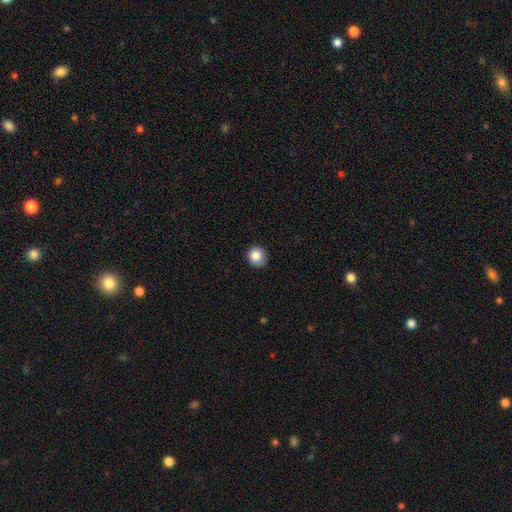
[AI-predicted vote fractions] Q: Smooth or featured?
A: smooth (85%); runner-up: star or artifact (9%)
Q: How rounded?
A: round (90%); runner-up: in between (9%)
Q: Merging?
A: none (86%); runner-up: minor disturbance (10%)